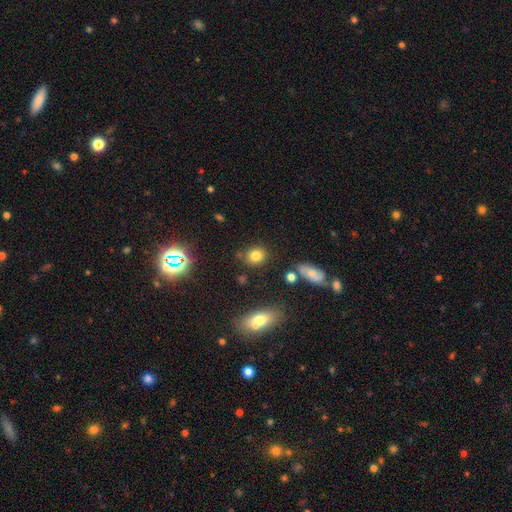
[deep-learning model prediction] Smooth or featured: smooth — 79% (star or artifact — 14%)
How rounded: round — 69% (in between — 29%)
Merging: none — 81% (minor disturbance — 11%)